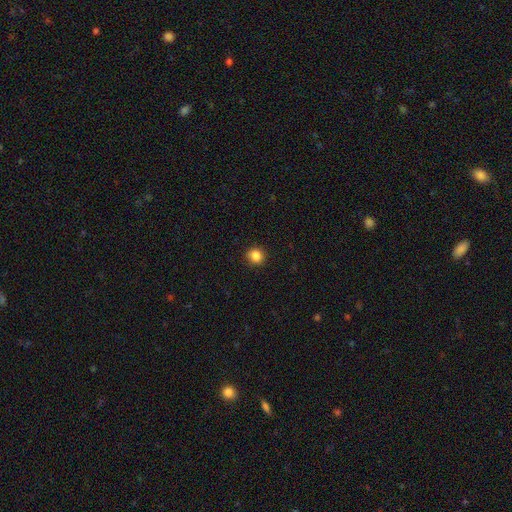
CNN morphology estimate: Q: Smooth or featured?
A: smooth (86%); runner-up: star or artifact (11%)
Q: How rounded?
A: round (88%); runner-up: in between (11%)
Q: Merging?
A: none (90%); runner-up: minor disturbance (7%)